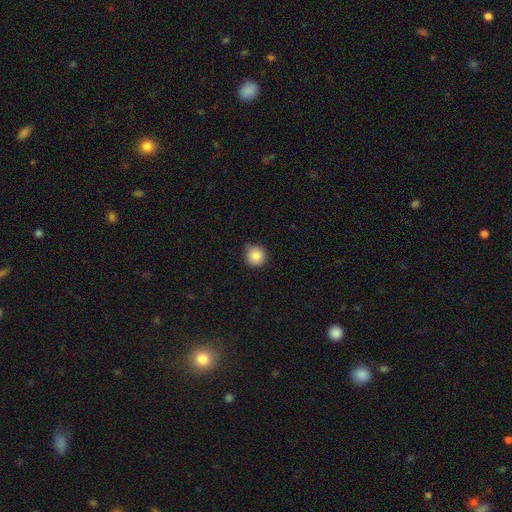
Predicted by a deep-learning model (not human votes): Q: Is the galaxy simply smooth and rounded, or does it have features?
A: smooth — 84%.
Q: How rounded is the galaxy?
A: round — 94%.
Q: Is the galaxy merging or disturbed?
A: none — 78%.